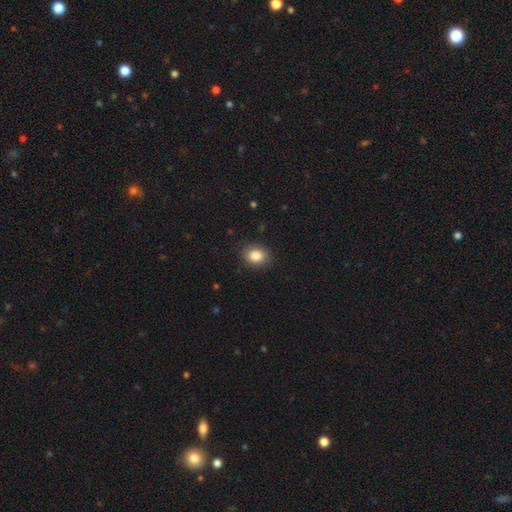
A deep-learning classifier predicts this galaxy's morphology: Smooth or featured? Predicted: smooth (p=0.85). How rounded? Predicted: in between (p=0.58). Merging? Predicted: none (p=0.86).